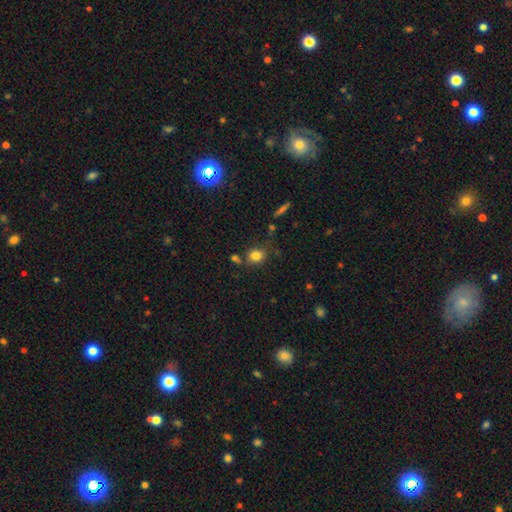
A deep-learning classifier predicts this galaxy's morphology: type=smooth (80%); roundness=round (59%); merging=none (71%).